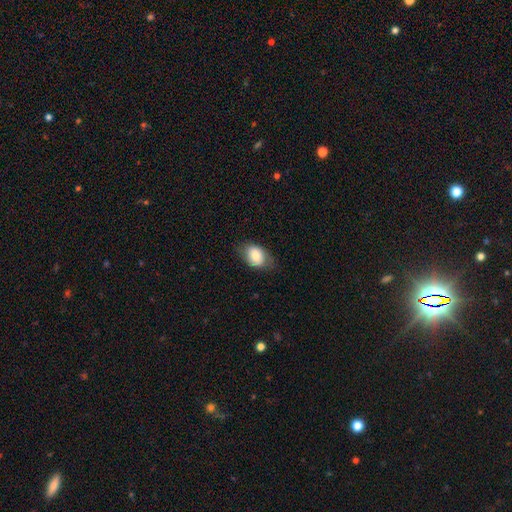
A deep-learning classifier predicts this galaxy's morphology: smooth 77%, featured or disk 15%, star or artifact 7%. Down the decision tree: how rounded — in between (78%); merging — none (69%).